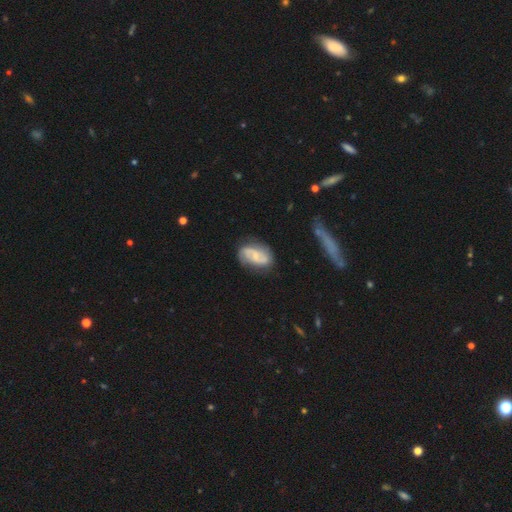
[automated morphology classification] type=featured or disk (73%); edge-on=no (97%); bar=no (43%, tied with weak); spiral arms=yes (92%); winding=medium (43%); arm count=2 (83%); bulge=small (59%); merging=none (70%).